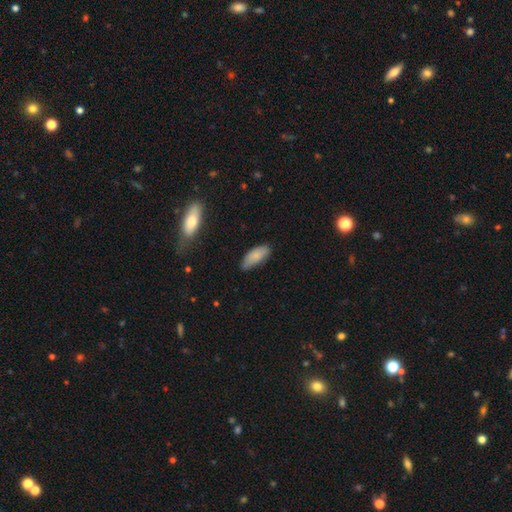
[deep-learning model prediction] Smooth or featured? smooth (83%)
How rounded? in between (83%)
Merging? none (70%)